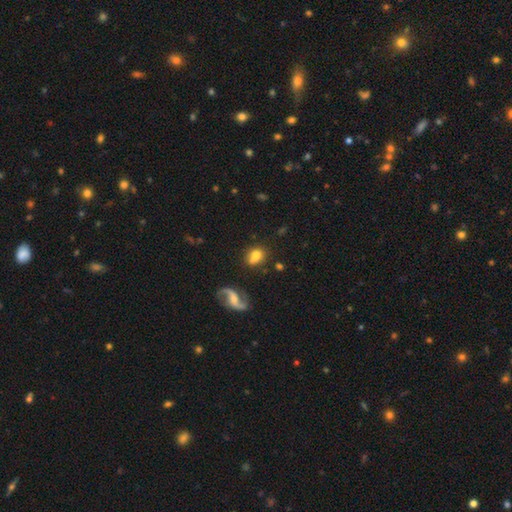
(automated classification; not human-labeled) Overall: smooth (64%; featured or disk 26%). How rounded: in between (55%; round 43%). Merging: none (65%).